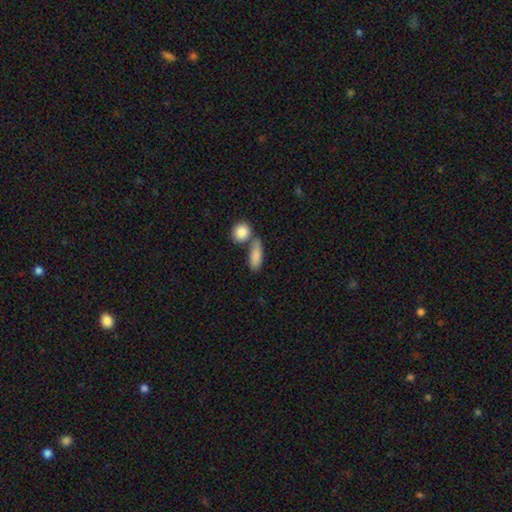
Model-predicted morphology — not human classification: smooth 86%, featured or disk 8%, star or artifact 7%. Down the decision tree: how rounded — in between (63%); merging — none (53%).